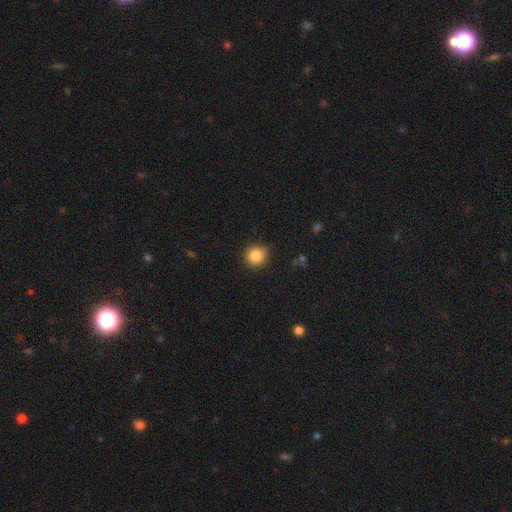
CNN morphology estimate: Smooth or featured: smooth — 85% (star or artifact — 10%)
How rounded: round — 89% (in between — 10%)
Merging: none — 88% (minor disturbance — 9%)